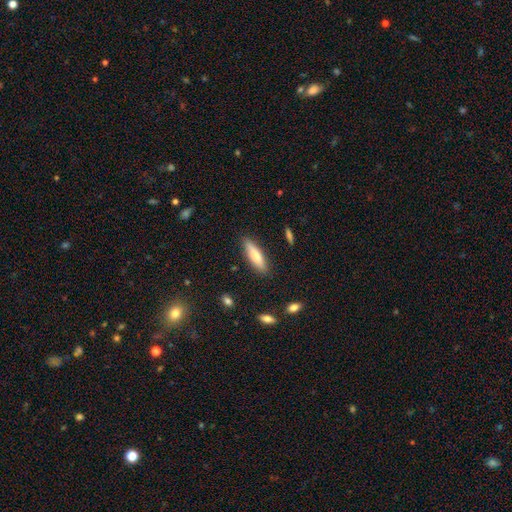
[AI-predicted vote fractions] This appears to be a smooth galaxy with no disk features (71%) that is cigar-shaped (65%). Merging: none (85%).